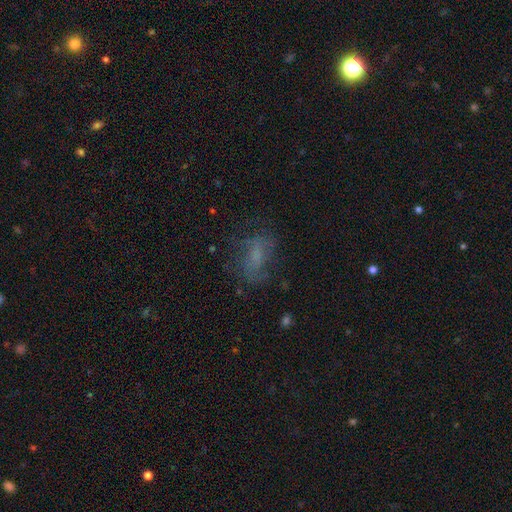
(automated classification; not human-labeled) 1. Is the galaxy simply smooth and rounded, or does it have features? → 47% smooth, 35% featured or disk, 18% star or artifact.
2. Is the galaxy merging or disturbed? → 59% none, 21% minor disturbance, 18% major disturbance, 2% merger.